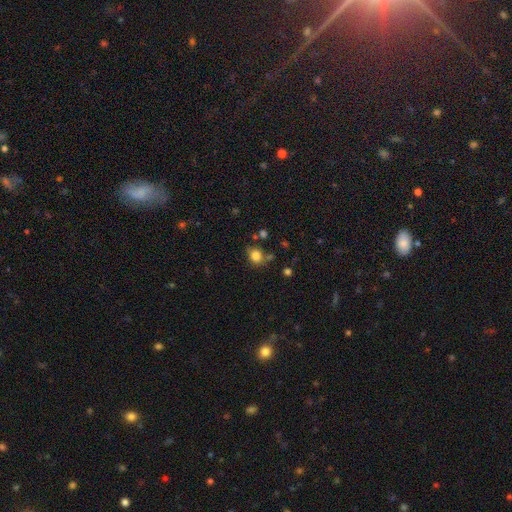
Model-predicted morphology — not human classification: This is clearly a smooth galaxy (80%). How rounded: likely round (71%). Merging: likely none (68%).